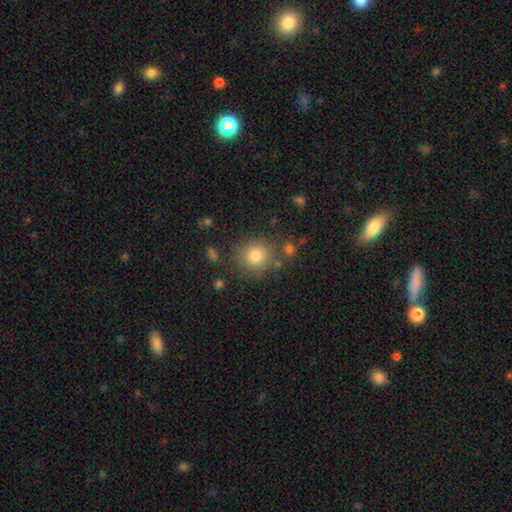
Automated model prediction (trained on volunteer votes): The model was most divided on "smooth or featured": smooth: 81%, star or artifact: 12%, featured or disk: 7%. More confident: how rounded — round (88%); merging — none (80%).